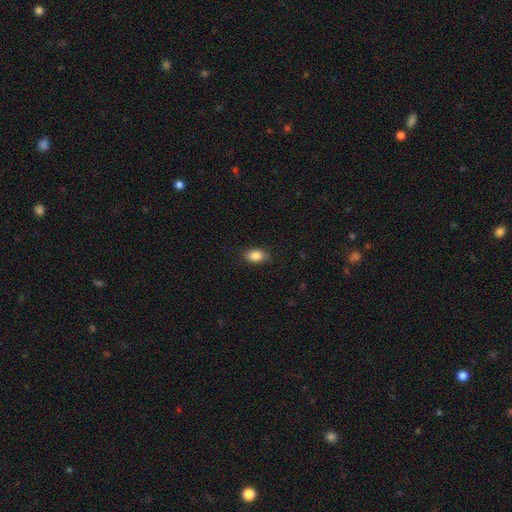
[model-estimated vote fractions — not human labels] smooth_or_featured: smooth (p=0.86) [alt: star or artifact p=0.08]
how_rounded: in between (p=0.86) [alt: round p=0.12]
merging: none (p=0.87) [alt: minor disturbance p=0.10]